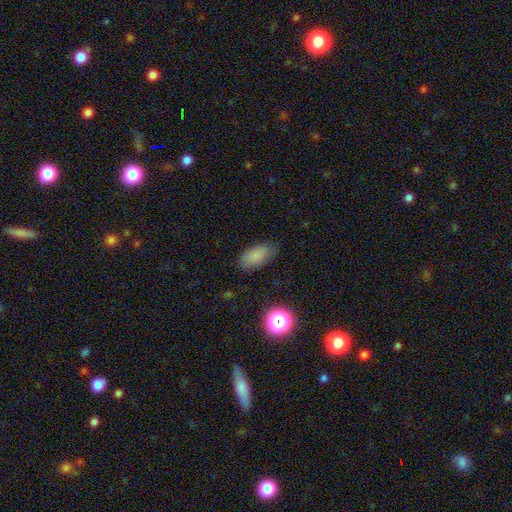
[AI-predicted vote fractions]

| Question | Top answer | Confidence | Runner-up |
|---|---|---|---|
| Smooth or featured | smooth | 81% | star or artifact (11%) |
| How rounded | in between | 89% | cigar-shaped (6%) |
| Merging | none | 79% | minor disturbance (16%) |